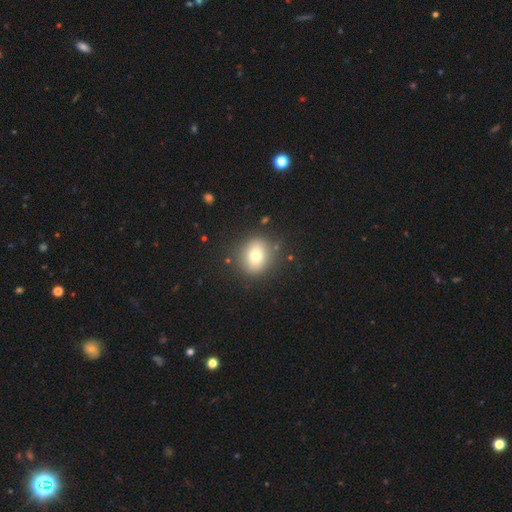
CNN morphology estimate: A smooth galaxy with no disk features (74%) that is round (63%).

Vote fractions:
- Smooth or featured? smooth: 74% / featured or disk: 15% / star or artifact: 11%
- How rounded? round: 63% / in between: 35% / cigar-shaped: 1%
- Merging? none: 84% / minor disturbance: 10% / major disturbance: 3% / merger: 2%